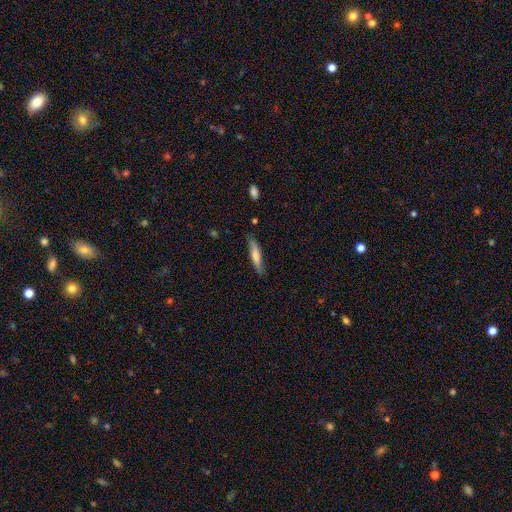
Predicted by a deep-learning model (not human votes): A smooth galaxy with no disk features (64%) that is cigar-shaped (85%).

Vote fractions:
- Smooth or featured? smooth: 64% / featured or disk: 30% / star or artifact: 6%
- How rounded? cigar-shaped: 85% / in between: 13% / round: 2%
- Merging? none: 77% / minor disturbance: 18% / major disturbance: 3% / merger: 2%